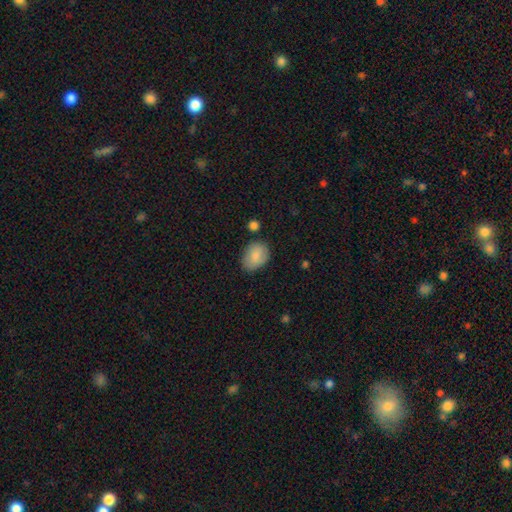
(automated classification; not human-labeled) smooth 82%, featured or disk 11%, star or artifact 7%. Down the decision tree: how rounded — in between (72%); merging — none (74%).